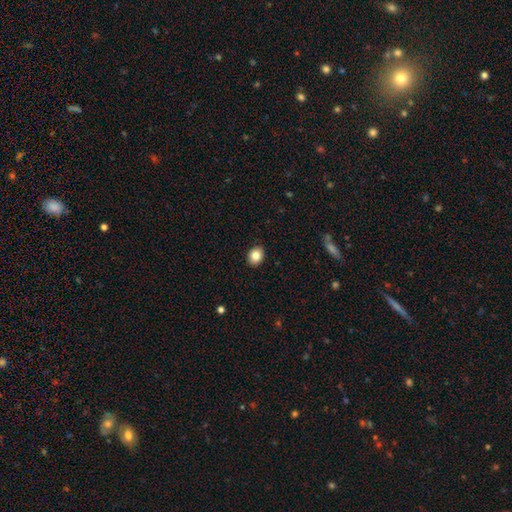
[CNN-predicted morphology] The model was most divided on "how rounded": in between: 52%, round: 47%, cigar-shaped: 1%. More confident: merging — none (90%); smooth or featured — smooth (84%).